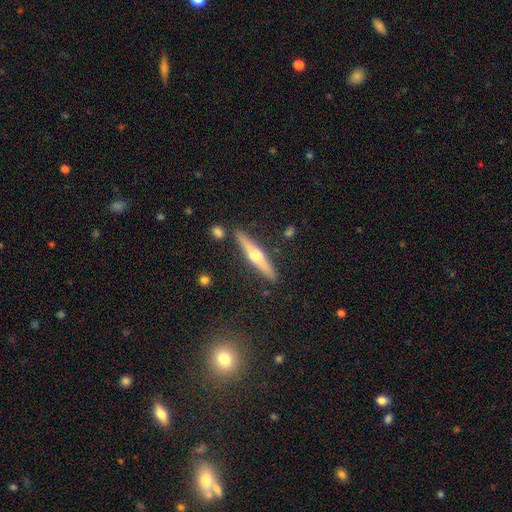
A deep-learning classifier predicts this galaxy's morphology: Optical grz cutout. It shows a featured or disk galaxy (68%) viewed edge-on (97%) with a rounded central bulge (92%). Merging: none (87%).